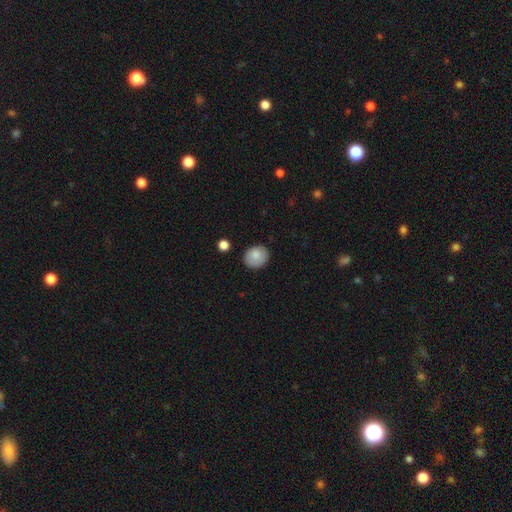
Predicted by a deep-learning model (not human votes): smooth_or_featured: smooth (p=0.83) [alt: featured or disk p=0.09]
how_rounded: round (p=0.66) [alt: in between p=0.33]
merging: none (p=0.83) [alt: minor disturbance p=0.12]